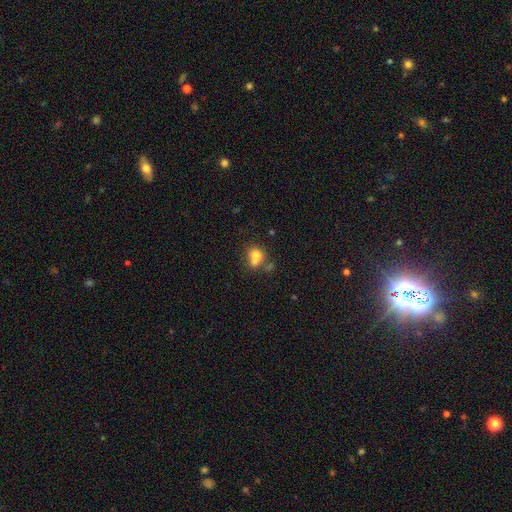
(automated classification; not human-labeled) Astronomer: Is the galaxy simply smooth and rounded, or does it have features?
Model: smooth — 70%.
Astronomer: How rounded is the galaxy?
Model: round — 70%.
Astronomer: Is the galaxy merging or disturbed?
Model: merger — 56% (runner-up: none, 31%).